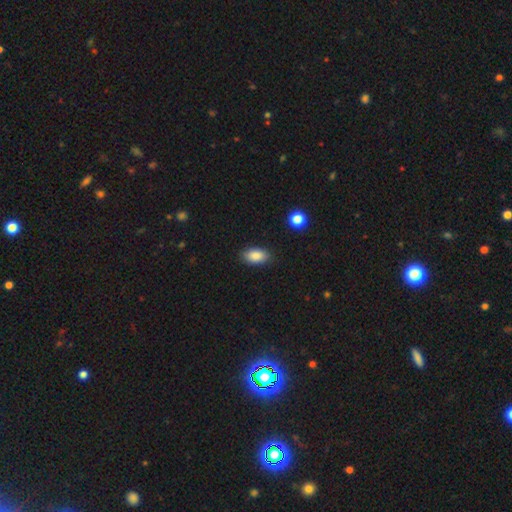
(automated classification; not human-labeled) Morphology: type=smooth (87%); roundness=in between (92%); merging=none (87%).